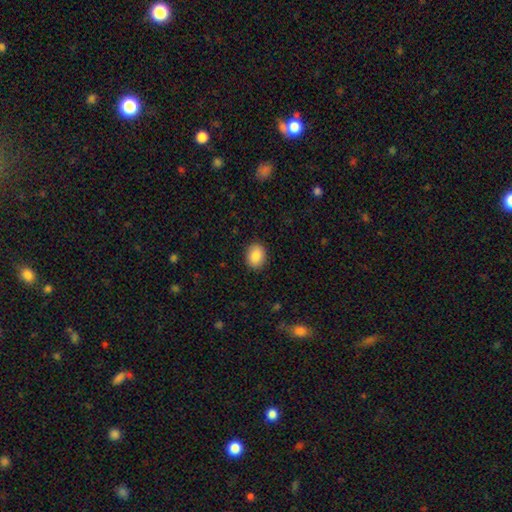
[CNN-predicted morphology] Smooth or featured?
  - smooth: 86% *
  - star or artifact: 8%
  - featured or disk: 6%
How rounded?
  - in between: 52% *
  - round: 47%
  - cigar-shaped: 1%
Merging?
  - none: 90% *
  - minor disturbance: 7%
  - major disturbance: 2%
  - merger: 1%